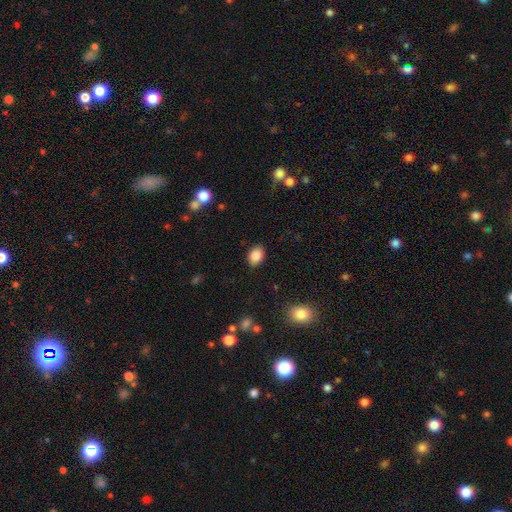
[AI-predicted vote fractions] Smooth or featured? smooth (85%)
How rounded? in between (72%)
Merging? none (87%)